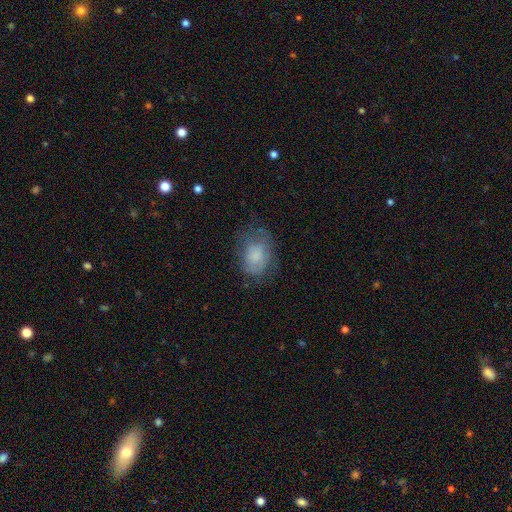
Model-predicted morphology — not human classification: Q: Smooth or featured?
A: smooth (66%); runner-up: featured or disk (25%)
Q: How rounded?
A: in between (72%); runner-up: round (27%)
Q: Merging?
A: none (50%); runner-up: minor disturbance (28%)